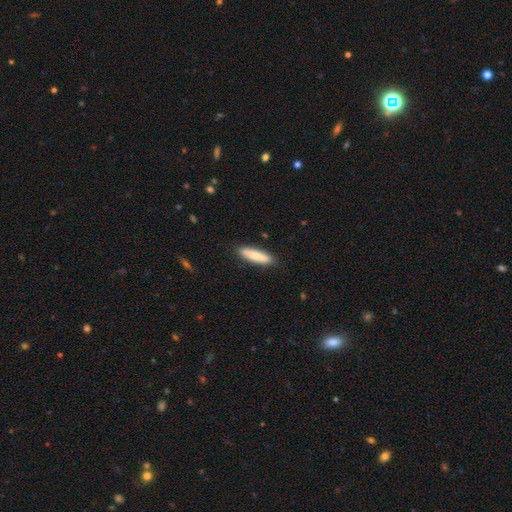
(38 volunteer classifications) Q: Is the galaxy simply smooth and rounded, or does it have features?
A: smooth — 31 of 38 (82%).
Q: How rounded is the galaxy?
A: cigar-shaped — 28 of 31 (90%).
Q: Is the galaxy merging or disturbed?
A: none — 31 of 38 (82%).